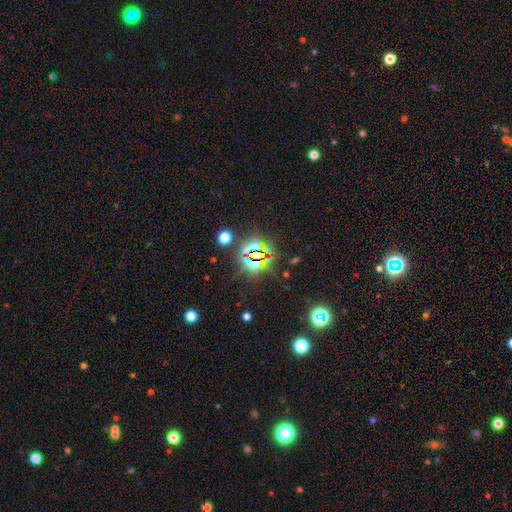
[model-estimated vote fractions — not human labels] Morphology: type=star or artifact (78%).